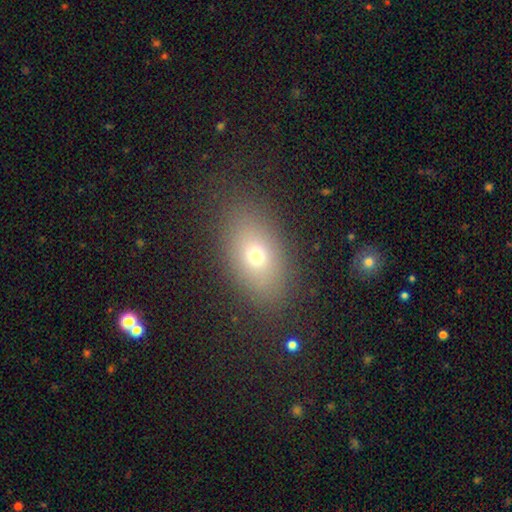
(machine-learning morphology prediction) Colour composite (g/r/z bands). It shows a smooth galaxy with no disk features (69%) that is in between round and cigar-shaped (83%). Merging: none (85%).